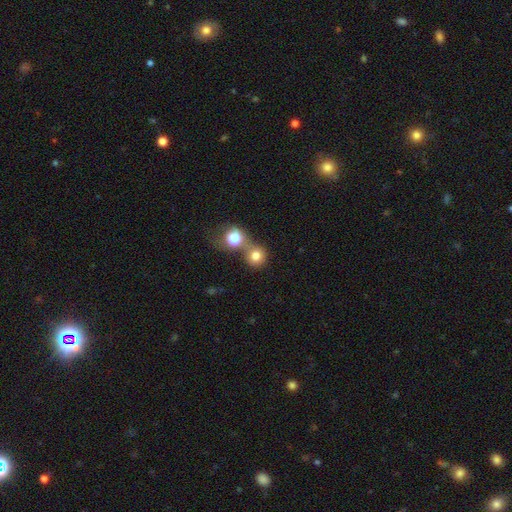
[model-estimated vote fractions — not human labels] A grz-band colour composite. It shows a smooth galaxy with no disk features (79%) that is round (87%). Merging: merger (56%).